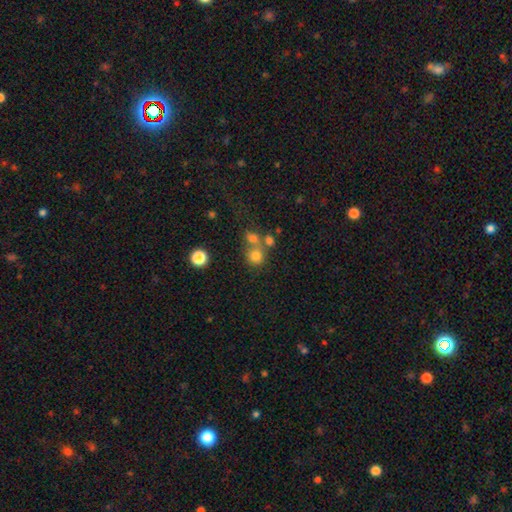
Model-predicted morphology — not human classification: A smooth galaxy with no disk features (73%) that is round (84%).

Vote fractions:
- Smooth or featured? smooth: 73% / star or artifact: 16% / featured or disk: 11%
- How rounded? round: 84% / in between: 15% / cigar-shaped: 1%
- Merging? none: 48% / merger: 38% / minor disturbance: 9% / major disturbance: 5%